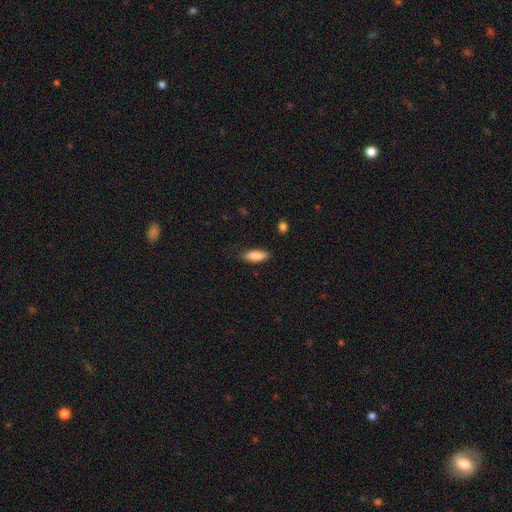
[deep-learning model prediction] Smooth or featured? smooth (84%)
How rounded? in between (68%)
Merging? none (82%)